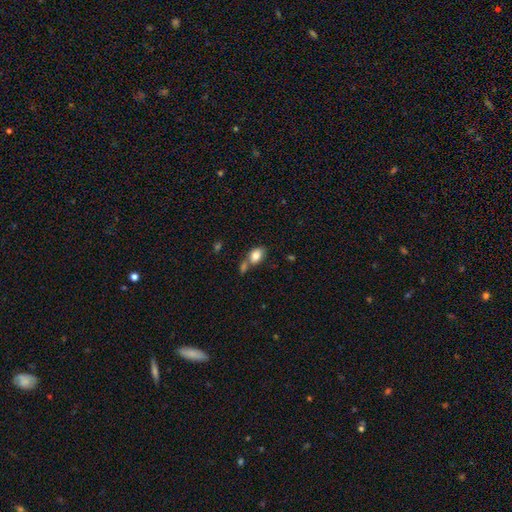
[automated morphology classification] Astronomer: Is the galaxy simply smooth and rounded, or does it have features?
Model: smooth — 81%.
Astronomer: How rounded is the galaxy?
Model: in between — 84%.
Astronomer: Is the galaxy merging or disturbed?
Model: none — 46% (runner-up: merger, 35%).